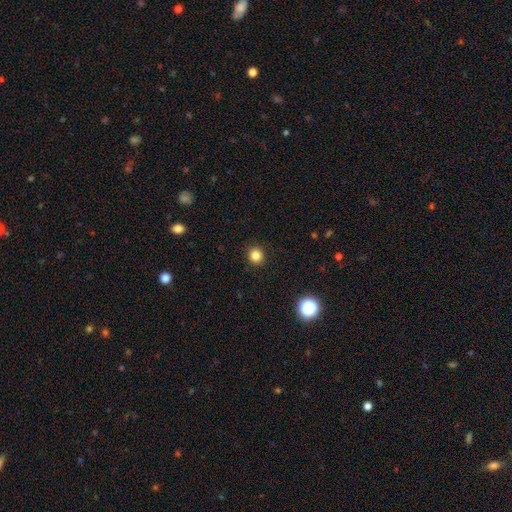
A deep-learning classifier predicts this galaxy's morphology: Overall: smooth (83%). How rounded: round (89%). Merging: none (92%).